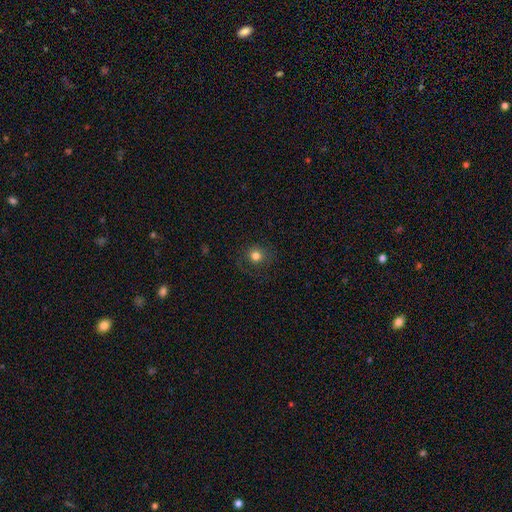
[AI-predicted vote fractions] Smooth or featured: smooth — 78% (star or artifact — 14%)
How rounded: round — 90% (in between — 9%)
Merging: none — 82% (minor disturbance — 11%)